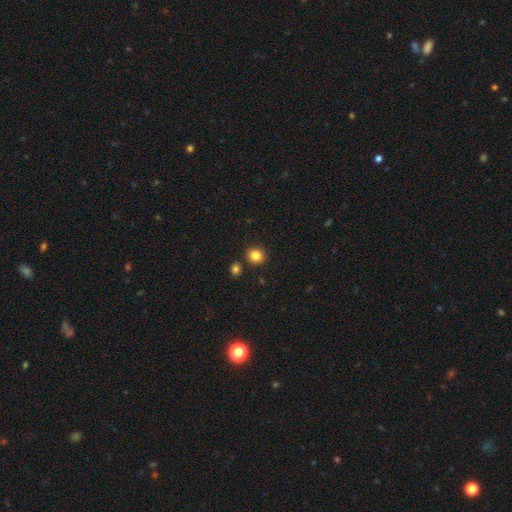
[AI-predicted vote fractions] Overall: smooth (84%). How rounded: round (85%). Merging: none (87%).